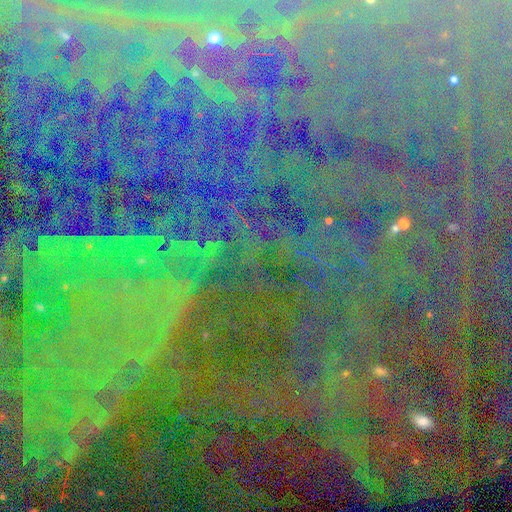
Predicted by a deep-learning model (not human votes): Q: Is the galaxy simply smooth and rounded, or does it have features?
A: star or artifact — 84%.